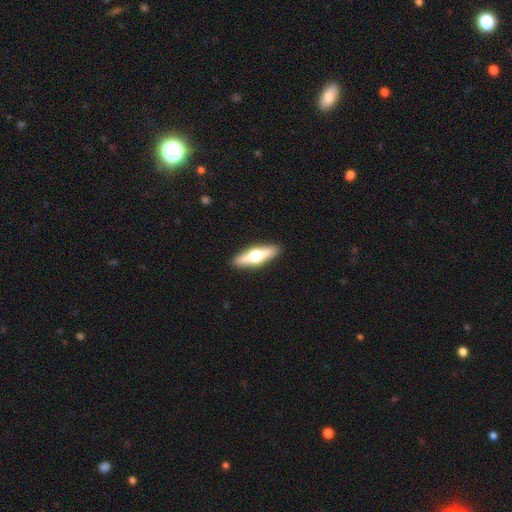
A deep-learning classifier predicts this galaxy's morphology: Smooth or featured? Predicted: featured or disk (p=0.54). Edge-on disk? Predicted: yes (p=0.91). Merging? Predicted: none (p=0.90).